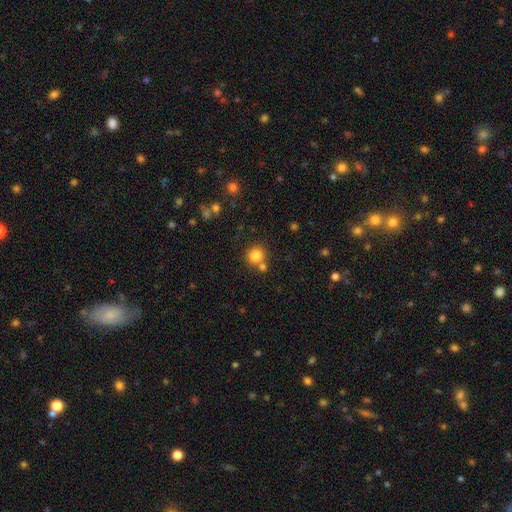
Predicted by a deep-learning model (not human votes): The model was most divided on "merging": none: 66%, merger: 21%, minor disturbance: 10%, major disturbance: 4%. More confident: how rounded — round (85%); smooth or featured — smooth (83%).